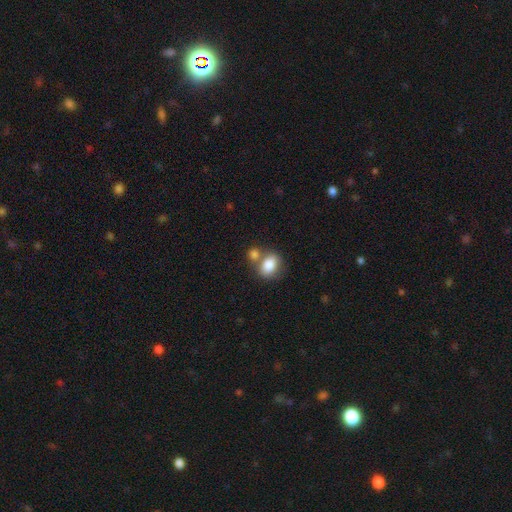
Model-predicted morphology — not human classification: Overall: smooth (80%). How rounded: in between (62%; round 36%). Merging: none (52%; merger 34%).